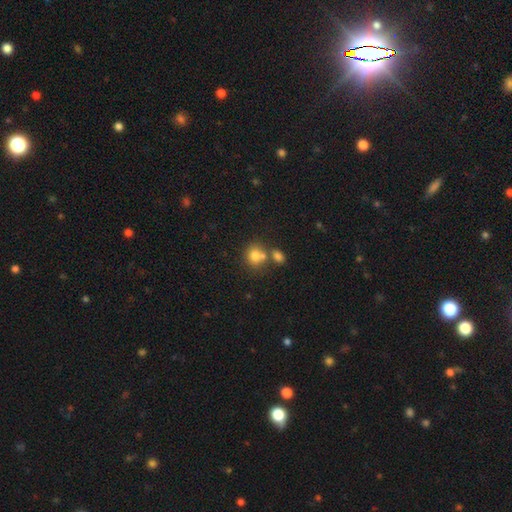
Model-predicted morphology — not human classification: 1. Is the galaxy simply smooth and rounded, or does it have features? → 77% smooth, 12% star or artifact, 11% featured or disk.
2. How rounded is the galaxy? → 75% round, 25% in between, 1% cigar-shaped.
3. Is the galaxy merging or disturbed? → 48% none, 38% merger, 10% minor disturbance, 4% major disturbance.